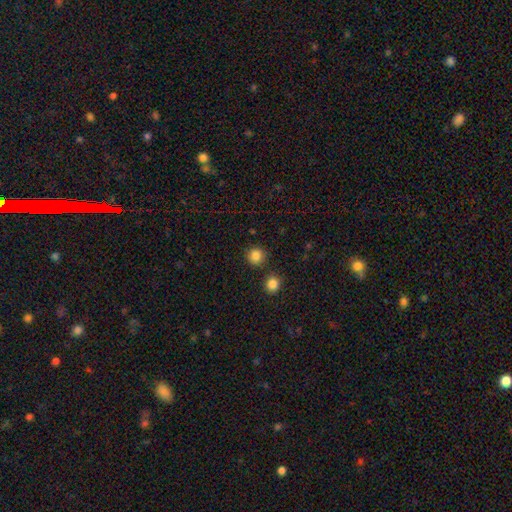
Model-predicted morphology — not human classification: Q: Smooth or featured?
A: smooth (85%); runner-up: star or artifact (11%)
Q: How rounded?
A: round (92%); runner-up: in between (7%)
Q: Merging?
A: none (86%); runner-up: minor disturbance (7%)